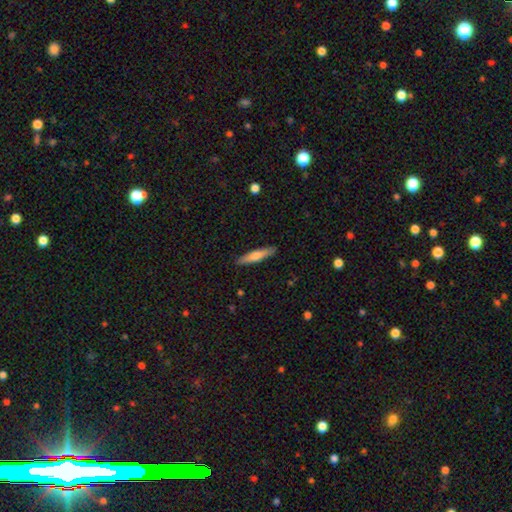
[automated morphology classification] Smooth or featured: smooth — 59% (featured or disk — 35%)
How rounded: cigar-shaped — 86% (in between — 13%)
Merging: none — 90% (minor disturbance — 7%)